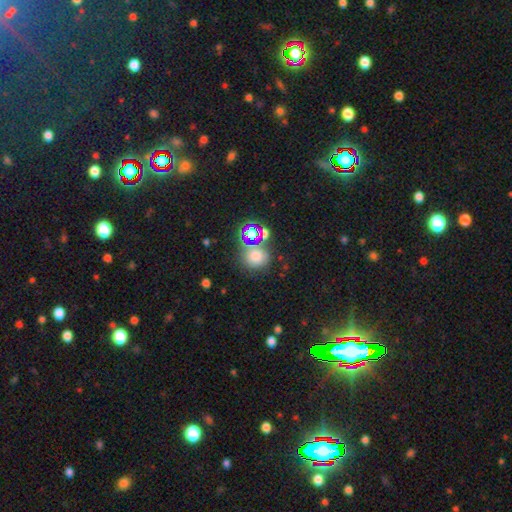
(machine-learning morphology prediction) The model was most divided on "smooth or featured": smooth: 66%, star or artifact: 25%, featured or disk: 9%. More confident: how rounded — round (83%); merging — none (62%).